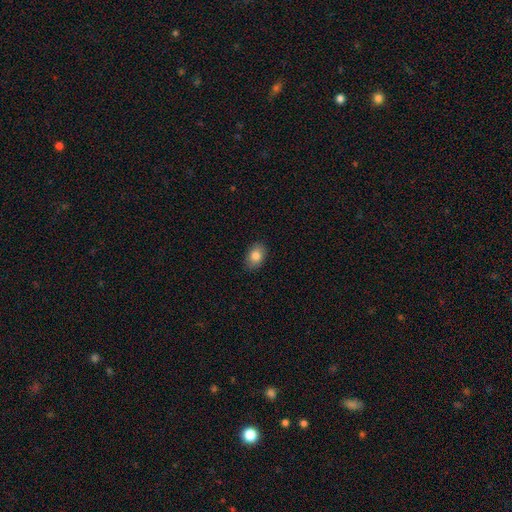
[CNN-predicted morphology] This is clearly a smooth galaxy (83%). How rounded: clearly in between (82%). Merging: clearly none (88%).